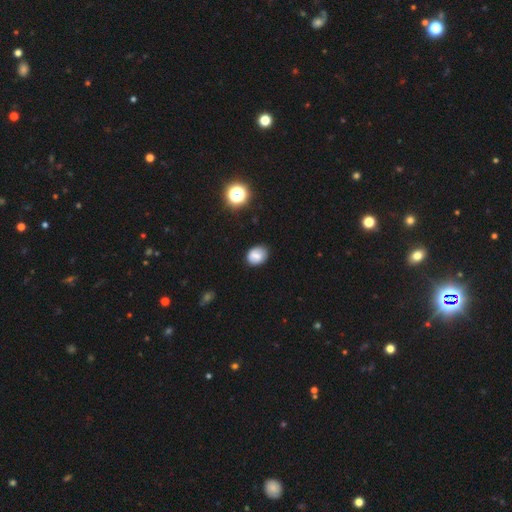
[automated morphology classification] Overall: smooth (75%). How rounded: in between (57%; round 42%). Merging: none (80%).